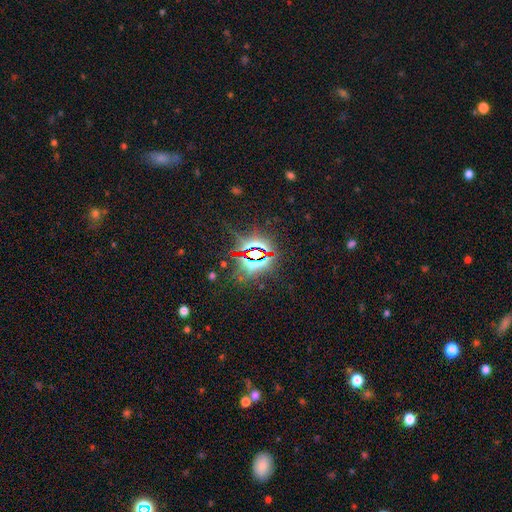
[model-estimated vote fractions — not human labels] Morphology: type=star or artifact (81%).